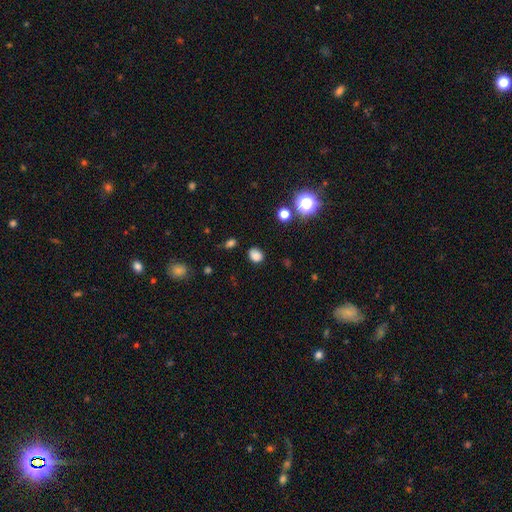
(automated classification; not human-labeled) Overall: smooth (80%). How rounded: in between (53%; round 46%). Merging: none (80%).